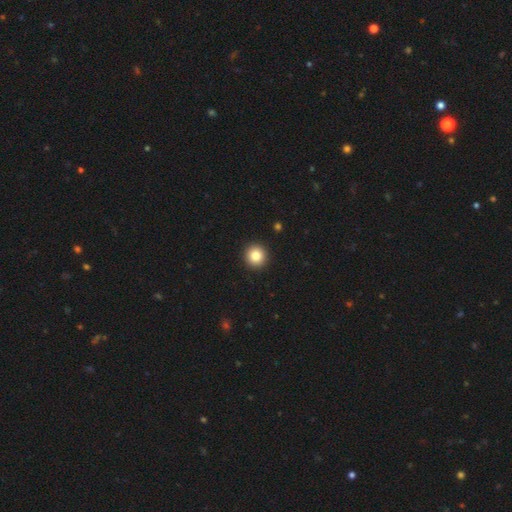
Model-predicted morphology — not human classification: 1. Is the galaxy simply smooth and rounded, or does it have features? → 84% smooth, 10% star or artifact, 6% featured or disk.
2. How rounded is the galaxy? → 94% round, 5% in between, 1% cigar-shaped.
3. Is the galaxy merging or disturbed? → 93% none, 4% minor disturbance, 2% major disturbance, 1% merger.